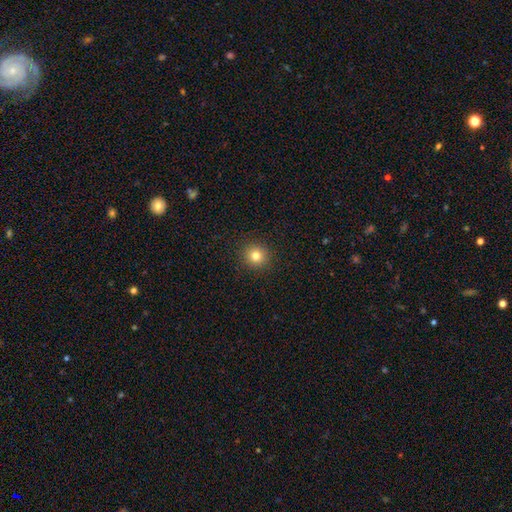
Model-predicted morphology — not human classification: Smooth or featured? smooth (80%)
How rounded? round (93%)
Merging? none (92%)